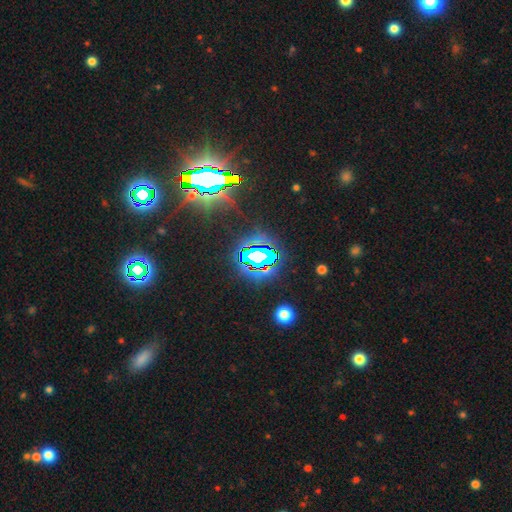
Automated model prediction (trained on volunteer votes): A star or artifact, not a galaxy (71%).

Vote fractions:
- Smooth or featured? star or artifact: 71% / smooth: 16% / featured or disk: 13%